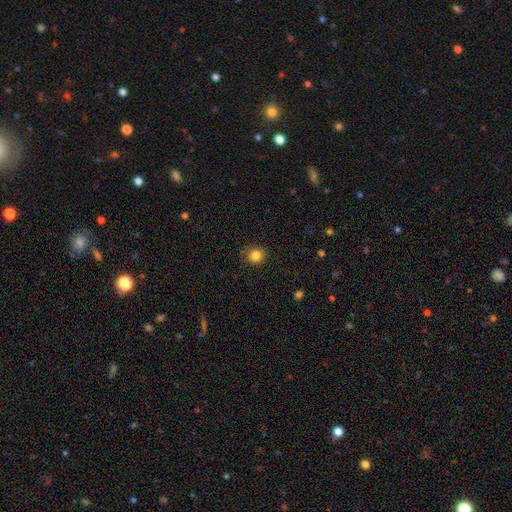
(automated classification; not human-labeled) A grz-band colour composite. It shows a smooth galaxy with no disk features (84%) that is round (84%). Merging: none (87%).